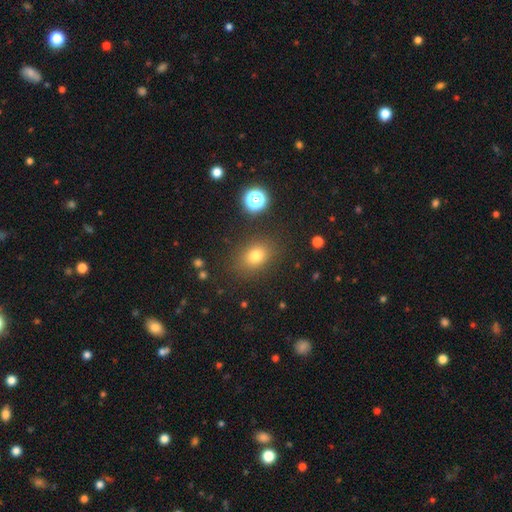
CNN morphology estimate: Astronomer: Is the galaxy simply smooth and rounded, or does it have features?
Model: smooth — 76%.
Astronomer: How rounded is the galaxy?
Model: in between — 62% (runner-up: round, 37%).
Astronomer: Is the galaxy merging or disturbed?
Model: none — 83%.